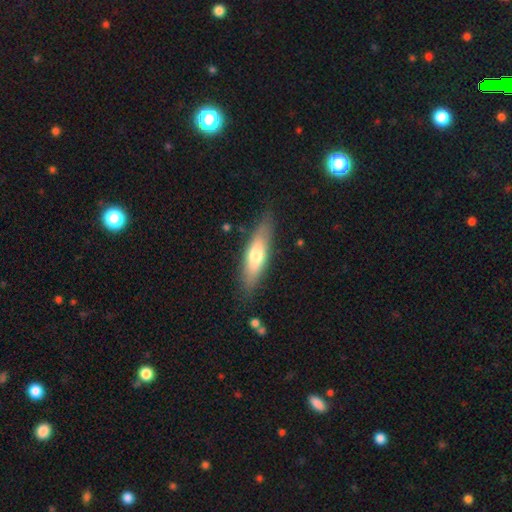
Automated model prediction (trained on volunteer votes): This is likely a smooth galaxy (60%). How rounded: likely cigar-shaped (62%). Merging: clearly none (81%).